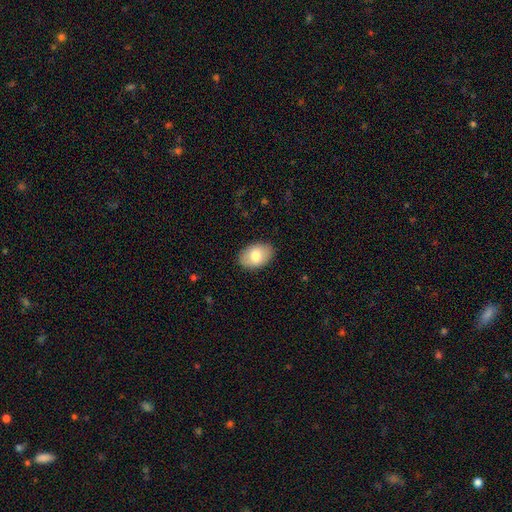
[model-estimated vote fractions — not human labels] Smooth or featured? Predicted: smooth (p=0.76). How rounded? Predicted: in between (p=0.88). Merging? Predicted: none (p=0.88).